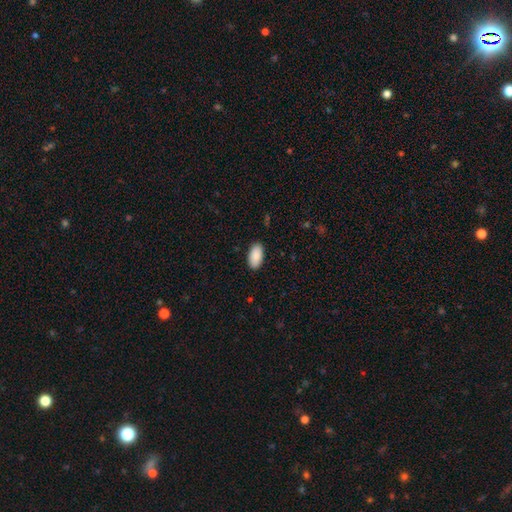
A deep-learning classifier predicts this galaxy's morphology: type=smooth (90%); roundness=in between (96%); merging=none (90%).